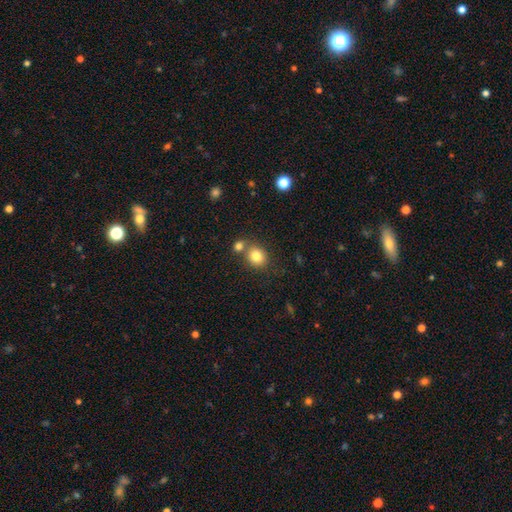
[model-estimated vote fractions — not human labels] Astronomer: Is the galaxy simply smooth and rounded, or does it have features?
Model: smooth — 82%.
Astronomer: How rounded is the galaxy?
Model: round — 67%.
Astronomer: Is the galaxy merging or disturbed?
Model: none — 62%.